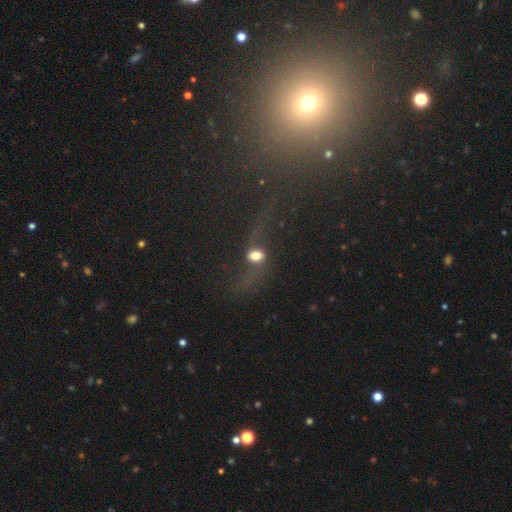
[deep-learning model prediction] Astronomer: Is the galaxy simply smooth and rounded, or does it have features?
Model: featured or disk — 45% (runner-up: smooth, 37%).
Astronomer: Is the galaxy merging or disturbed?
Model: none — 41% (runner-up: major disturbance, 36%).